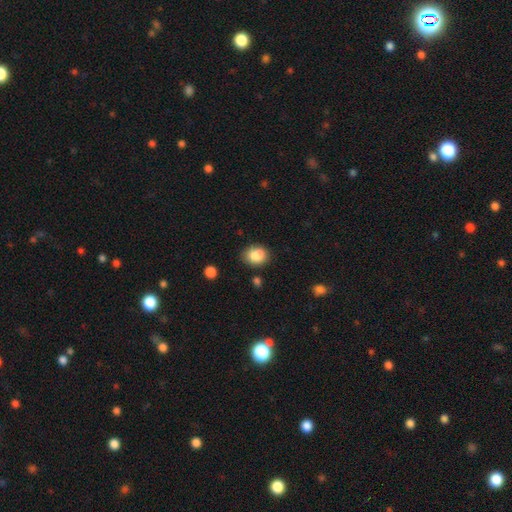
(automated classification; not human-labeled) Smooth or featured? Predicted: smooth (p=0.86). How rounded? Predicted: round (p=0.51). Merging? Predicted: none (p=0.79).